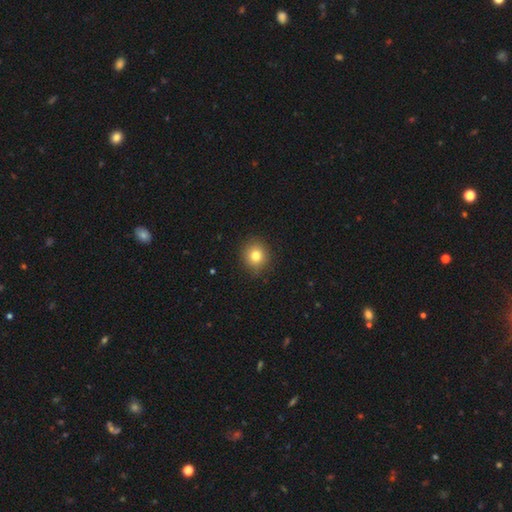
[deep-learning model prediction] smooth_or_featured: smooth (p=0.80) [alt: star or artifact p=0.12]
how_rounded: round (p=0.87) [alt: in between p=0.12]
merging: none (p=0.88) [alt: minor disturbance p=0.08]